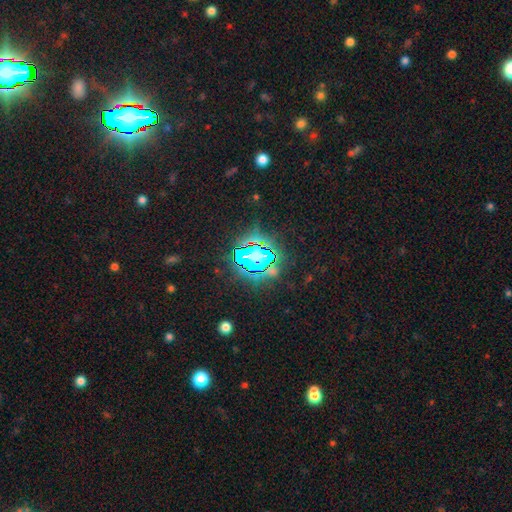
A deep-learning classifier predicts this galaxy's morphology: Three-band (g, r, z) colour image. It shows a star or artifact, not a galaxy (73%).